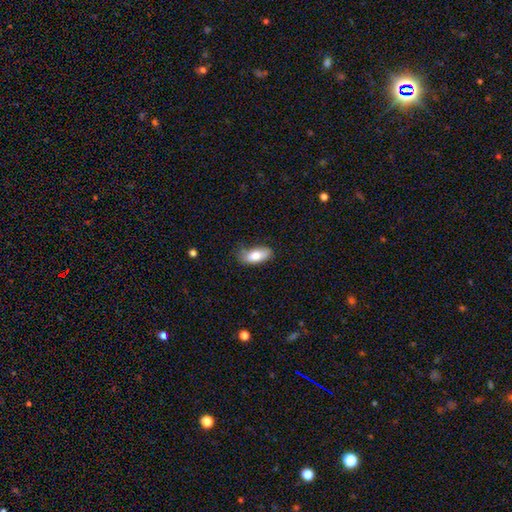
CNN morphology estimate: Overall: smooth (81%). How rounded: in between (85%). Merging: none (62%; minor disturbance 29%).